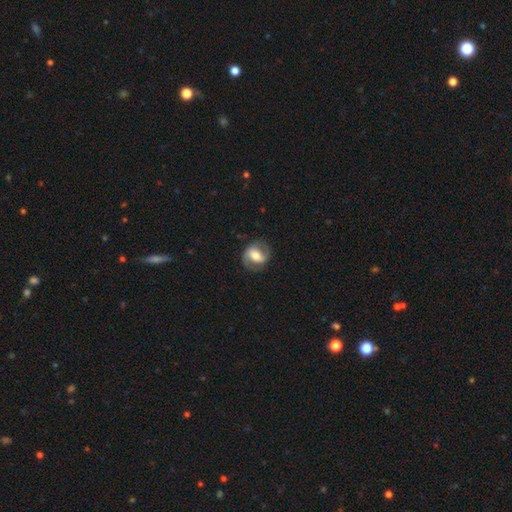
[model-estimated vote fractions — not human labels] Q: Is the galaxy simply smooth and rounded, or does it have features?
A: featured or disk — 62%.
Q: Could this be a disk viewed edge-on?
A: no — 96%.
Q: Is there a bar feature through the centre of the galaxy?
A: strong — 39%.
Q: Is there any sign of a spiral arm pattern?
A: yes — 77%.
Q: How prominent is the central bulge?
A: moderate — 63%.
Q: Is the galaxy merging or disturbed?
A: none — 79%.